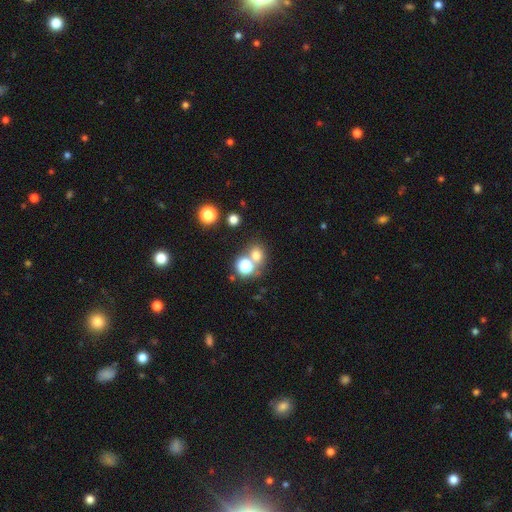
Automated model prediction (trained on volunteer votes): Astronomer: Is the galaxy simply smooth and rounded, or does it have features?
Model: smooth — 69%.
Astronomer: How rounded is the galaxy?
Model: round — 75%.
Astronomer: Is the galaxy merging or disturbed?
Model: none — 55% (runner-up: merger, 34%).